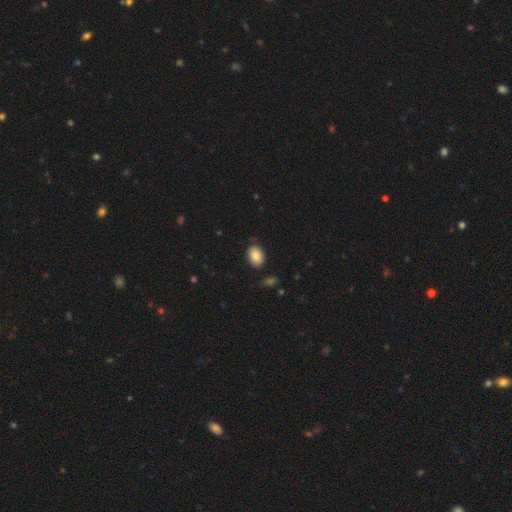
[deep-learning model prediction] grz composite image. It shows a smooth galaxy with no disk features (87%) that is in between round and cigar-shaped (74%). Merging: none (82%).